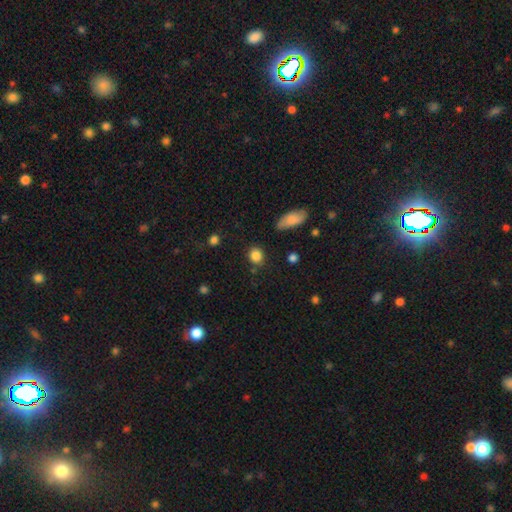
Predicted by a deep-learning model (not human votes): Smooth or featured: smooth — 86% (star or artifact — 10%)
How rounded: round — 72% (in between — 27%)
Merging: none — 83% (minor disturbance — 11%)